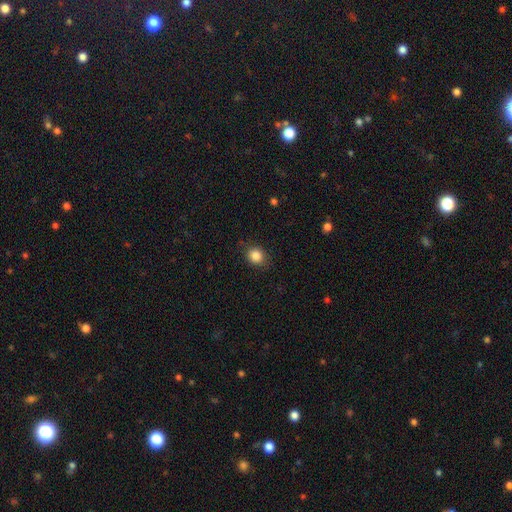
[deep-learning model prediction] Smooth or featured: smooth — 85% (star or artifact — 10%)
How rounded: round — 70% (in between — 29%)
Merging: none — 85% (minor disturbance — 11%)